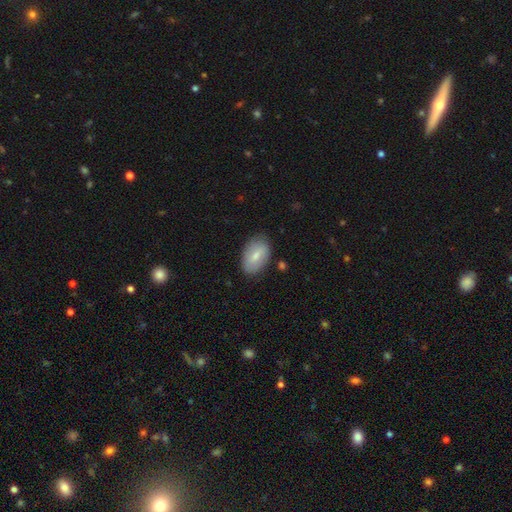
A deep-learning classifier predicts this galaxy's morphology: Smooth or featured? smooth (69%)
How rounded? in between (92%)
Merging? none (80%)